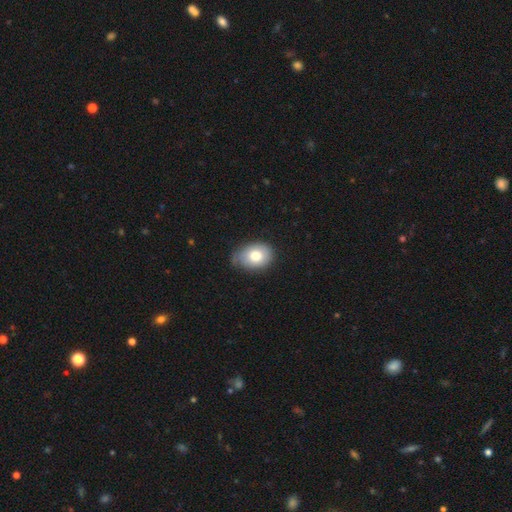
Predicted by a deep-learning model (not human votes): Smooth or featured? Predicted: smooth (p=0.75). How rounded? Predicted: in between (p=0.70). Merging? Predicted: none (p=0.60).